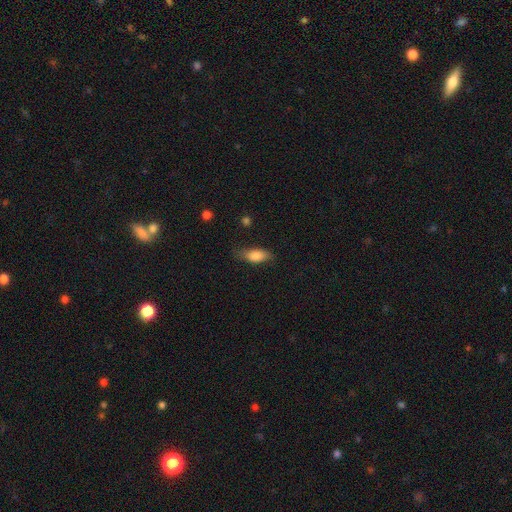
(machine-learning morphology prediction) smooth-or-featured: smooth: 83% | featured or disk: 10% | star or artifact: 7%
  how-rounded: in between: 81% | cigar-shaped: 16% | round: 3%
  merging: none: 67% | minor disturbance: 25% | major disturbance: 7% | merger: 2%